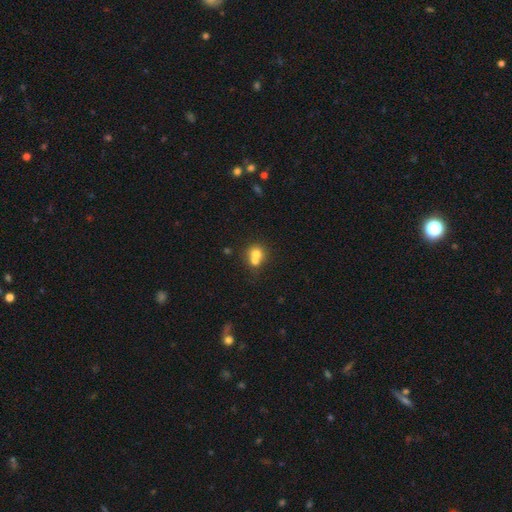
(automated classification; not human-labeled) Smooth or featured? Predicted: smooth (p=0.70). How rounded? Predicted: round (p=0.77). Merging? Predicted: merger (p=0.62).